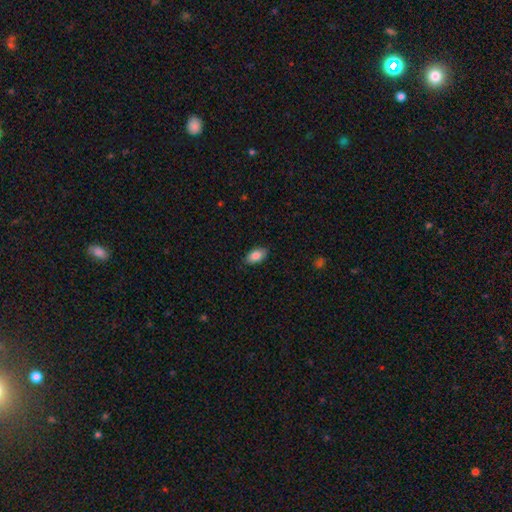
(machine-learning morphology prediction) This is clearly a smooth galaxy (87%). How rounded: clearly in between (93%). Merging: clearly none (87%).